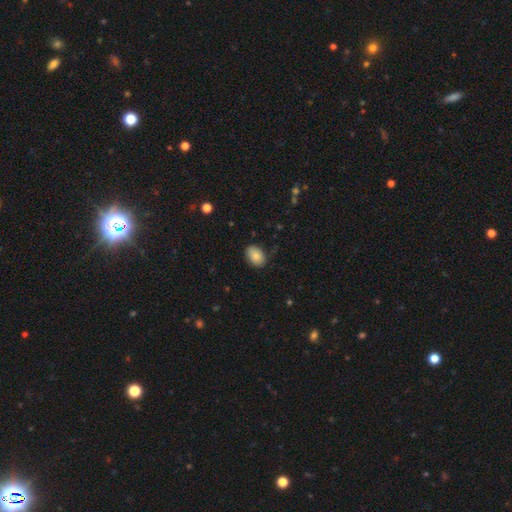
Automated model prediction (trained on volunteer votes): A smooth galaxy with no disk features (85%) that is in between round and cigar-shaped (83%).

Vote fractions:
- Smooth or featured? smooth: 85% / star or artifact: 8% / featured or disk: 7%
- How rounded? in between: 83% / round: 16% / cigar-shaped: 1%
- Merging? none: 84% / minor disturbance: 12% / major disturbance: 2% / merger: 1%